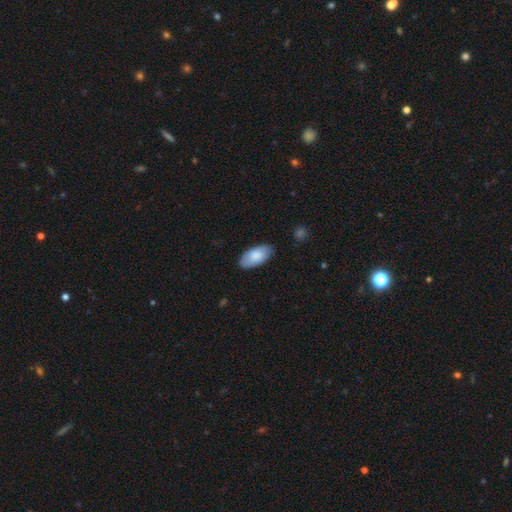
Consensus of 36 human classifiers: This is clearly a smooth galaxy (83%). How rounded: clearly in between (93%). Merging: clearly none (86%).